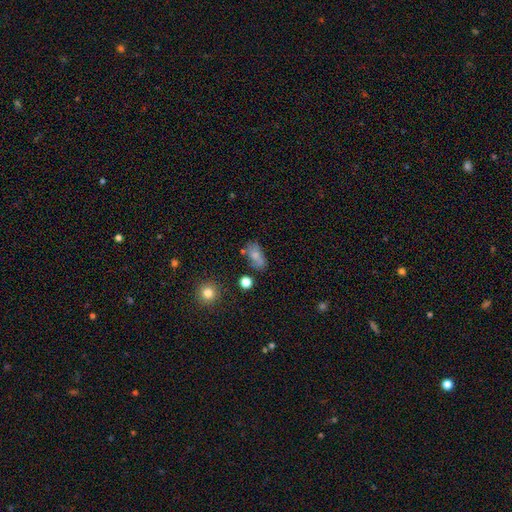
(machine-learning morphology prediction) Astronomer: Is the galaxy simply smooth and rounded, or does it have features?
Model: smooth — 67%.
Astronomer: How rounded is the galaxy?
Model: in between — 86%.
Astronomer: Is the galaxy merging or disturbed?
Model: none — 59%.